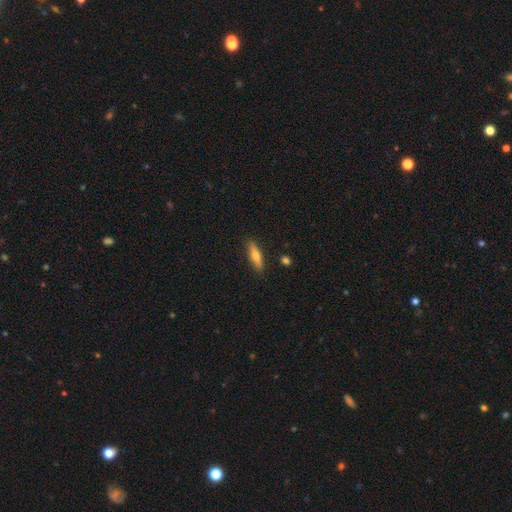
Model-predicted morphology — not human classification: A smooth galaxy with no disk features (59%) that is cigar-shaped (76%). Merging: none (88%).